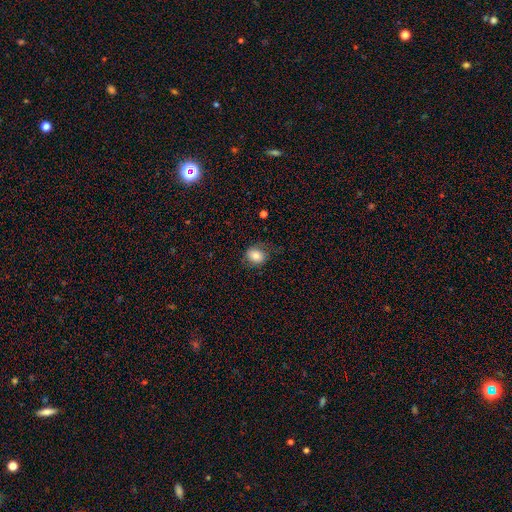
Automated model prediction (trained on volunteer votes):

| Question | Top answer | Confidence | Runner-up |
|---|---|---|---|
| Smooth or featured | smooth | 79% | featured or disk (11%) |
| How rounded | round | 59% | in between (40%) |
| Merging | none | 71% | minor disturbance (20%) |